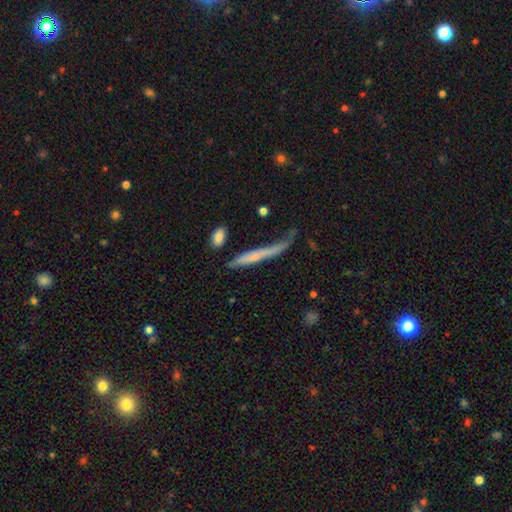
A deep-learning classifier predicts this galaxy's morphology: Overall: smooth (53%; featured or disk 39%). How rounded: cigar-shaped (93%). Merging: none (45%; minor disturbance 27%).